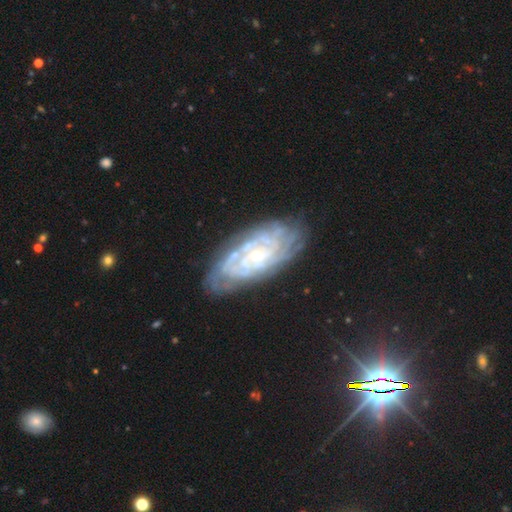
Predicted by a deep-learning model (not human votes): smooth-or-featured: featured or disk: 83% | smooth: 10% | star or artifact: 7%
  disk-edge-on: no: 93% | yes: 7%
    bar: no: 69% | weak: 23% | strong: 8%
    has-spiral-arms: yes: 93% | no: 7%
      spiral-winding: tight: 79% | medium: 17% | loose: 4%
      spiral-arm-count: can't tell: 44% | 2: 14% | 4: 13% | 3: 12% | more than 4: 10% | 1: 6%
    bulge-size: small: 75% | moderate: 21% | none: 2% | large: 1% | dominant: 1%
  merging: none: 76% | minor disturbance: 17% | major disturbance: 5% | merger: 2%